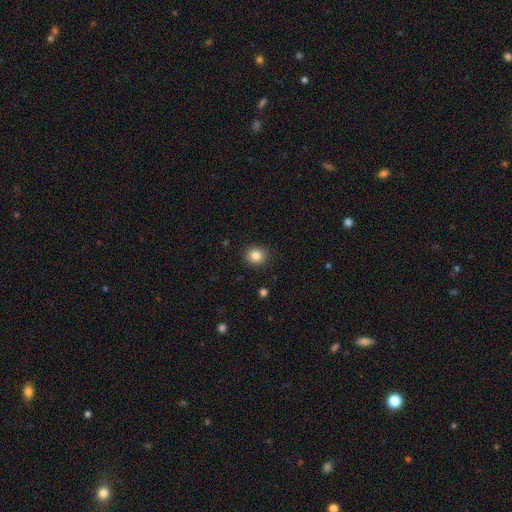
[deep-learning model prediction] This is clearly a smooth galaxy (84%). How rounded: clearly round (86%). Merging: clearly none (91%).